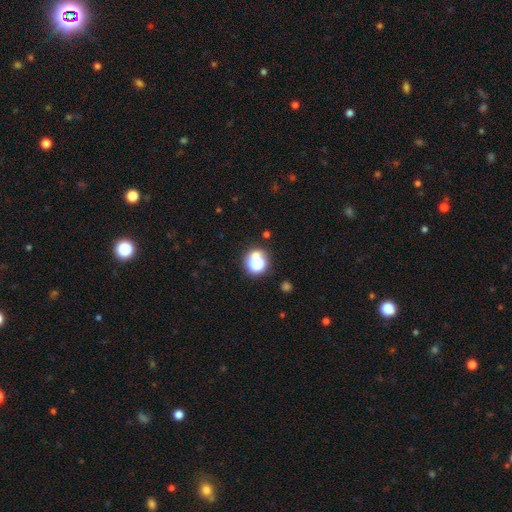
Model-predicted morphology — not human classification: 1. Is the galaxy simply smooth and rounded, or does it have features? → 49% smooth, 41% star or artifact, 10% featured or disk.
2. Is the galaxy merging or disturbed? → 70% none, 13% merger, 10% minor disturbance, 6% major disturbance.